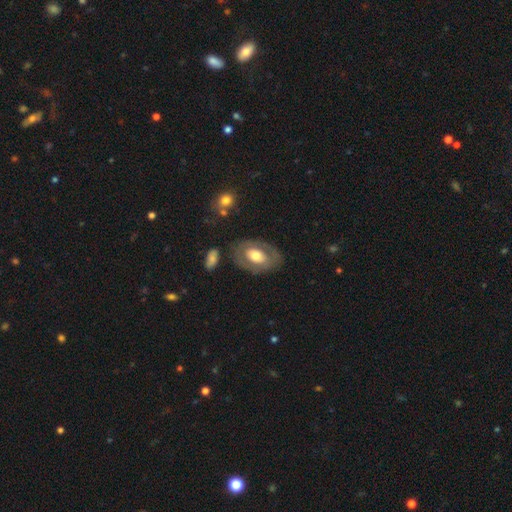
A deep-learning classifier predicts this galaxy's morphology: Smooth or featured? Predicted: featured or disk (p=0.50). Merging? Predicted: none (p=0.76).